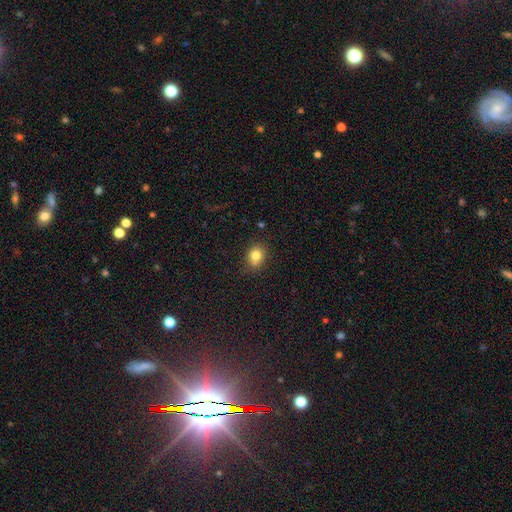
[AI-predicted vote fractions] smooth_or_featured: smooth (p=0.80) [alt: star or artifact p=0.12]
how_rounded: round (p=0.62) [alt: in between p=0.37]
merging: none (p=0.73) [alt: minor disturbance p=0.17]